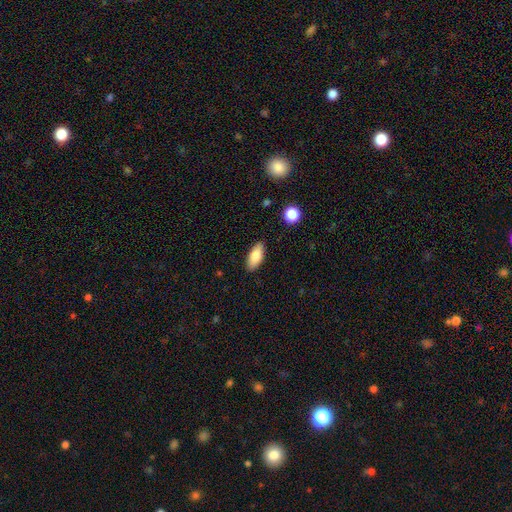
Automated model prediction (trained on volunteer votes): smooth 80%, featured or disk 13%, star or artifact 7%. Down the decision tree: how rounded — in between (84%); merging — none (88%).